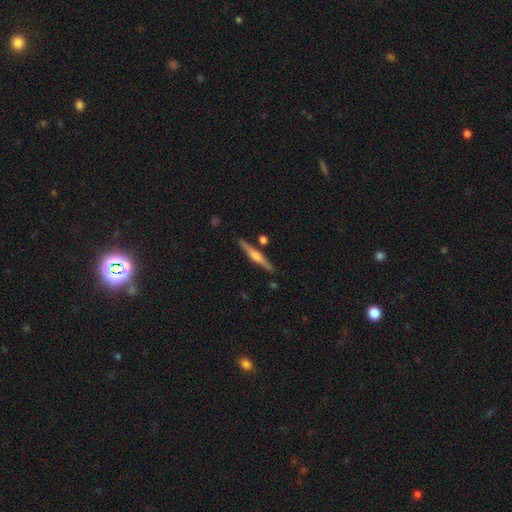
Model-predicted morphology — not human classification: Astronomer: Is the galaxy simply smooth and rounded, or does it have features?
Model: featured or disk — 66%.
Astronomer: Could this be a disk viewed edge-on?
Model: yes — 98%.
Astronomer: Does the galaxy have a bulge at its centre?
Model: rounded — 81%.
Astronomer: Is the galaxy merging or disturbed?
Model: none — 87%.